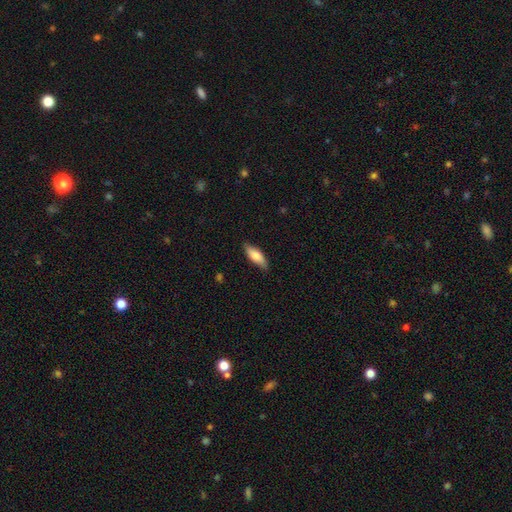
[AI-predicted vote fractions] Smooth or featured: smooth — 75% (featured or disk — 19%)
How rounded: in between — 65% (cigar-shaped — 33%)
Merging: none — 81% (minor disturbance — 15%)